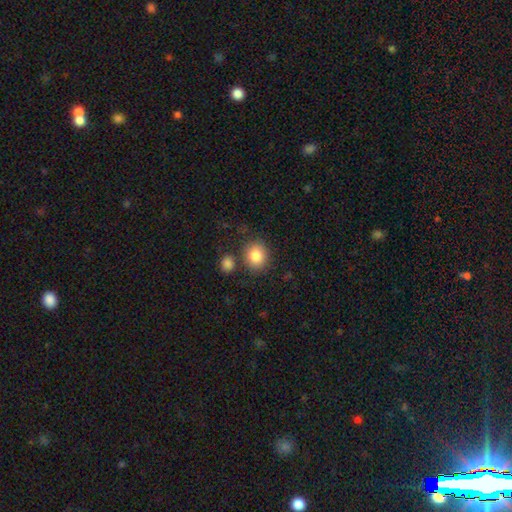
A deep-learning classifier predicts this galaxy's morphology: This is clearly a smooth galaxy (85%). How rounded: likely round (75%). Merging: likely none (75%).